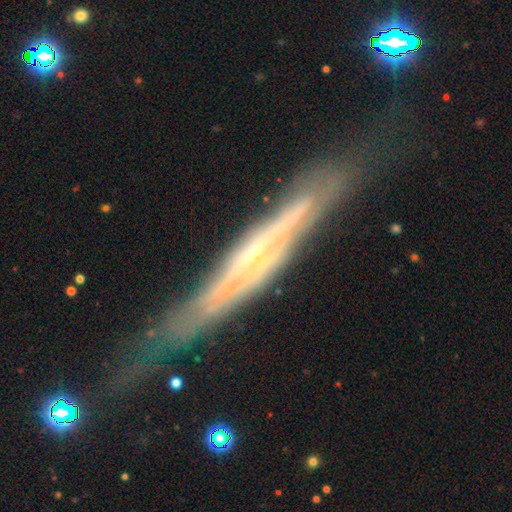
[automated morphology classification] Q: Smooth or featured?
A: featured or disk (79%); runner-up: smooth (14%)
Q: Edge-on disk?
A: yes (87%); runner-up: no (13%)
Q: Edge-on bulge?
A: rounded (44%); runner-up: none (42%)
Q: Merging?
A: none (67%); runner-up: minor disturbance (21%)